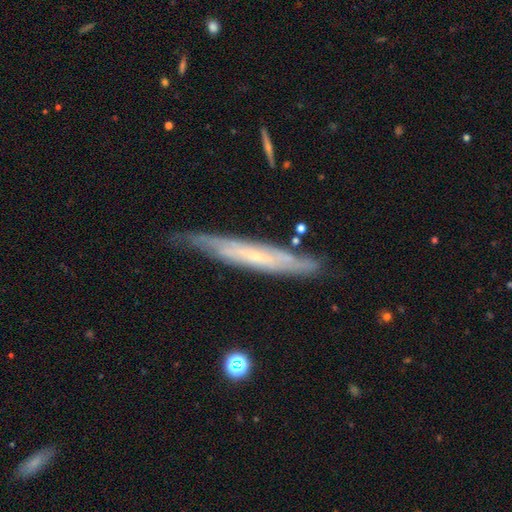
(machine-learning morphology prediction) Overall: featured or disk (68%). Edge-on disk: yes (69%; no 31%). Merging: none (72%).